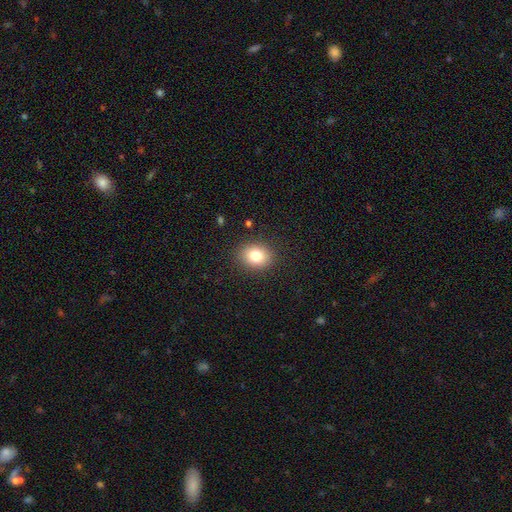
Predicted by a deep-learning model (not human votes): Q: Smooth or featured?
A: smooth (80%); runner-up: star or artifact (10%)
Q: How rounded?
A: round (50%); runner-up: in between (49%)
Q: Merging?
A: none (88%); runner-up: minor disturbance (8%)